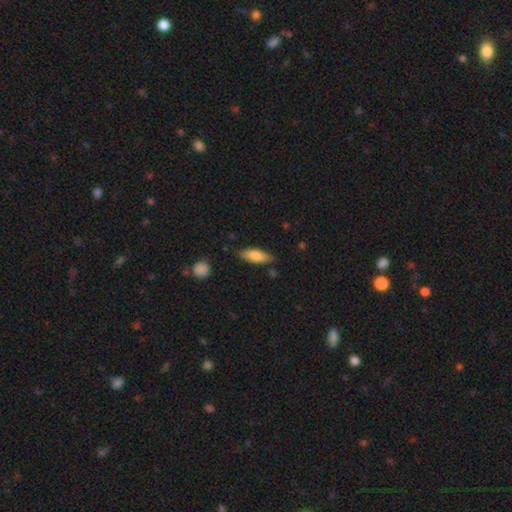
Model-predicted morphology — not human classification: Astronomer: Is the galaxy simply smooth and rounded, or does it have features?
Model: smooth — 79%.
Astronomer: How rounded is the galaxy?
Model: in between — 66%.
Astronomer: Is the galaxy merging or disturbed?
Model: none — 79%.